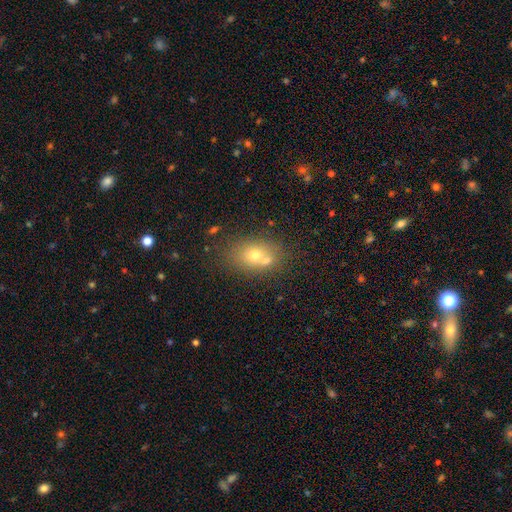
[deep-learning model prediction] Q: Smooth or featured?
A: smooth (64%); runner-up: featured or disk (21%)
Q: How rounded?
A: in between (59%); runner-up: round (39%)
Q: Merging?
A: none (49%); runner-up: merger (37%)